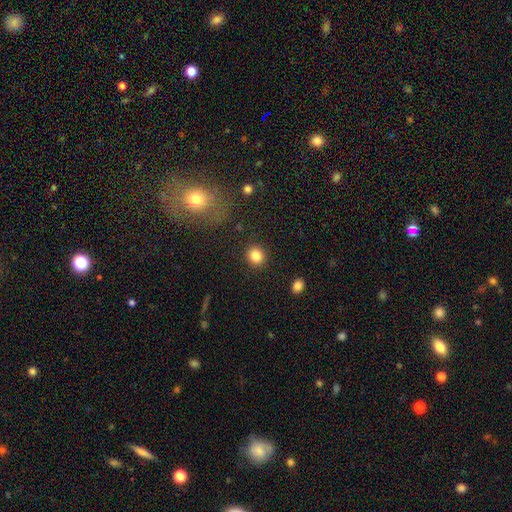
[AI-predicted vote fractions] Smooth or featured: smooth — 84% (star or artifact — 10%)
How rounded: round — 85% (in between — 14%)
Merging: none — 90% (minor disturbance — 6%)